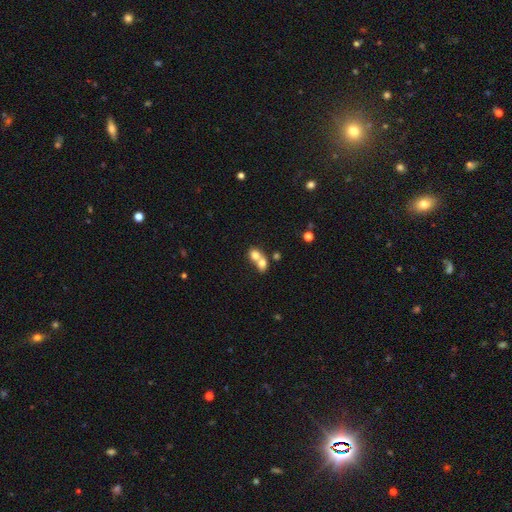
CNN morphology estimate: The model was most divided on "how rounded": round: 61%, in between: 38%, cigar-shaped: 1%. More confident: smooth or featured — smooth (74%); merging — merger (70%).